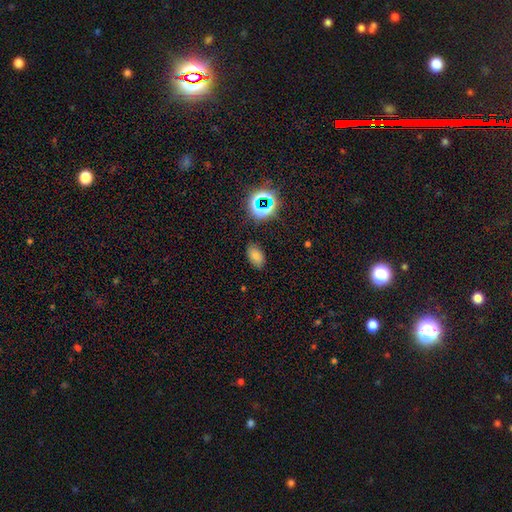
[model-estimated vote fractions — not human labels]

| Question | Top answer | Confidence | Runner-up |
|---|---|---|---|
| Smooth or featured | smooth | 60% | star or artifact (30%) |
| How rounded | in between | 86% | round (12%) |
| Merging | none | 85% | minor disturbance (10%) |